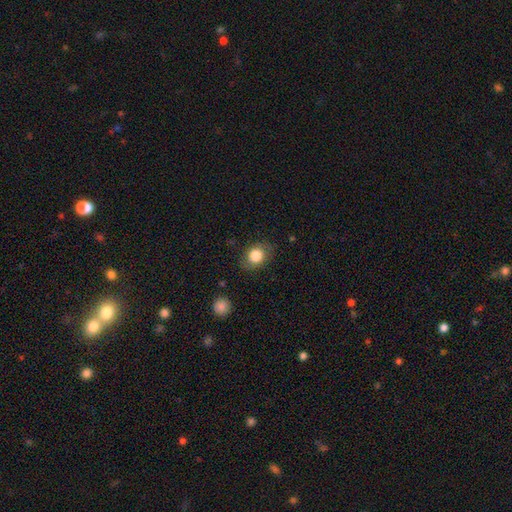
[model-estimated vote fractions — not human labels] This is clearly a smooth galaxy (82%). How rounded: possibly round (51%). Merging: likely none (79%).